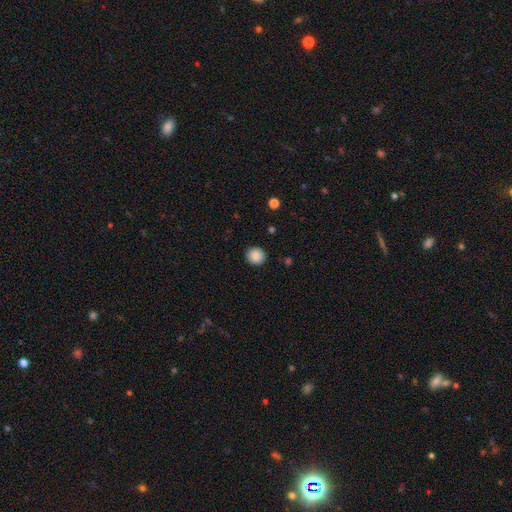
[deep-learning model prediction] Smooth or featured? Predicted: smooth (p=0.87). How rounded? Predicted: round (p=0.85). Merging? Predicted: none (p=0.90).